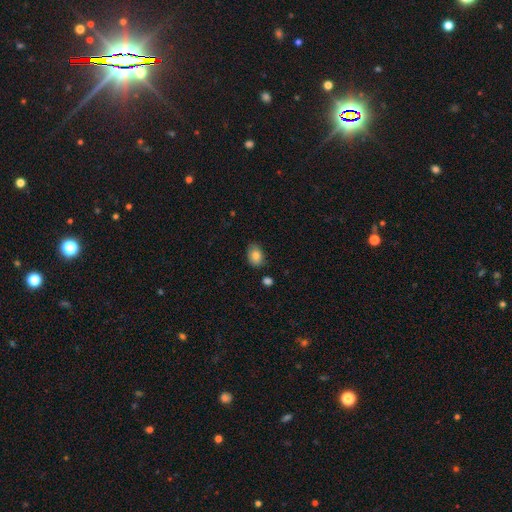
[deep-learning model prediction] This is clearly a smooth galaxy (83%). How rounded: likely in between (75%). Merging: likely none (80%).